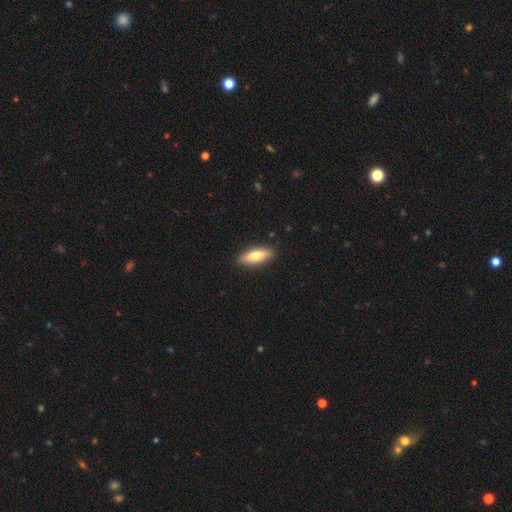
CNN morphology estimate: type=smooth (69%); roundness=in between (50%); merging=none (89%).